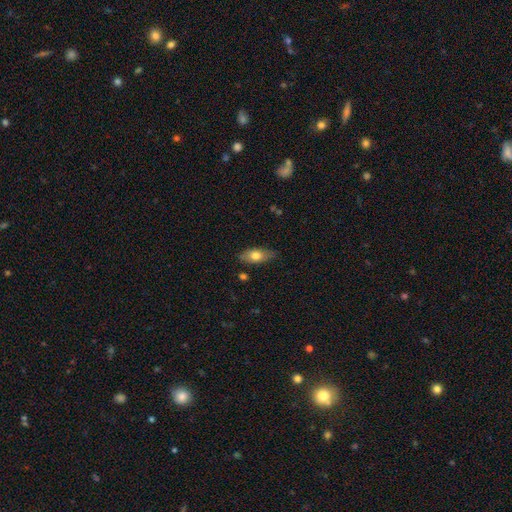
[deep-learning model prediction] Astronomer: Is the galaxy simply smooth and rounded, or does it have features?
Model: smooth — 70%.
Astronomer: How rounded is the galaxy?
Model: in between — 80%.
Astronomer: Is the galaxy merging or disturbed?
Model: none — 78%.